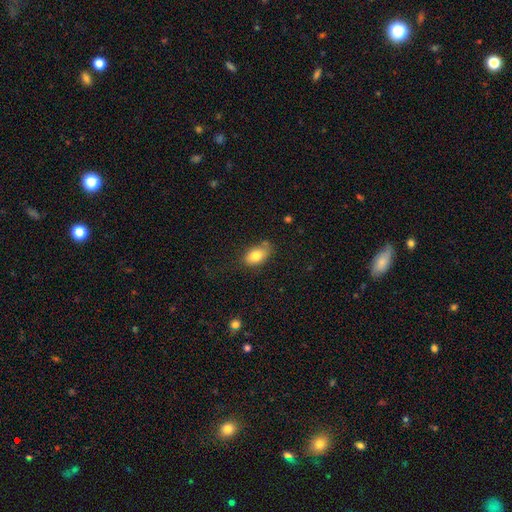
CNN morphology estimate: smooth 80%, featured or disk 12%, star or artifact 8%. Down the decision tree: how rounded — in between (89%); merging — none (67%).